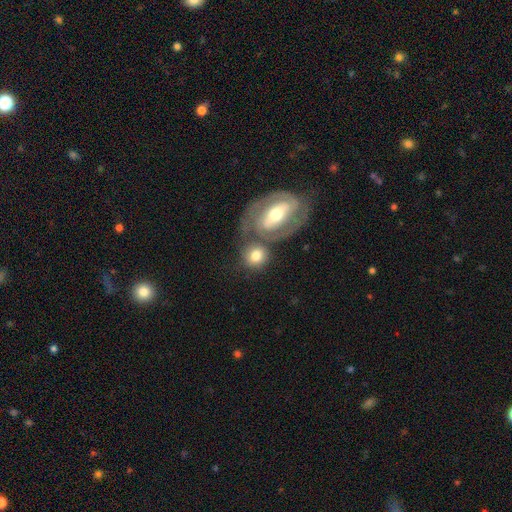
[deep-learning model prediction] smooth_or_featured: smooth (p=0.58) [alt: featured or disk p=0.35]
how_rounded: round (p=0.75) [alt: in between p=0.24]
merging: none (p=0.49) [alt: merger p=0.35]